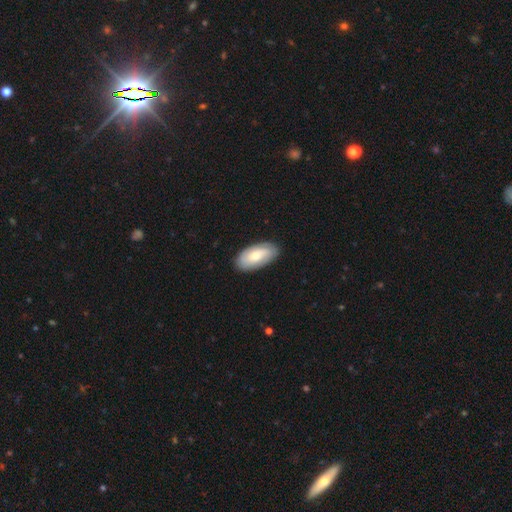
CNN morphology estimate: Smooth or featured? smooth (64%)
How rounded? in between (93%)
Merging? none (86%)